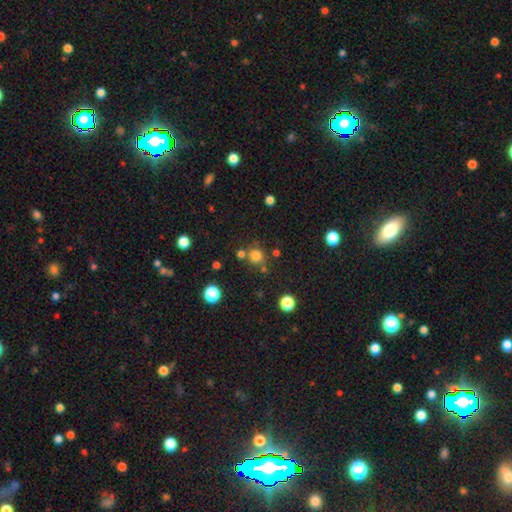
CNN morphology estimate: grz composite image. It shows a smooth galaxy with no disk features (77%) that is round (89%). Merging: none (71%).